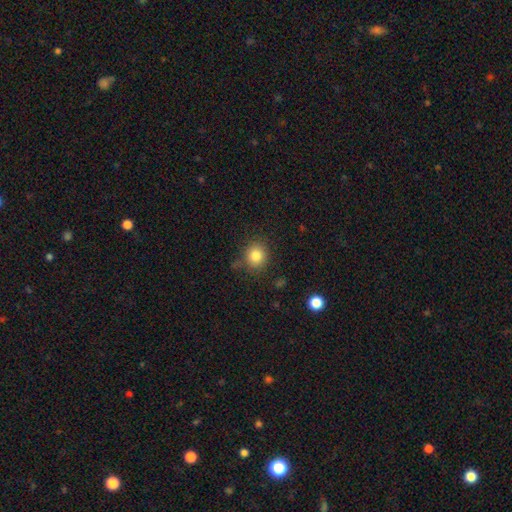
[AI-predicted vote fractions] Overall: smooth (82%). How rounded: round (85%). Merging: none (81%).